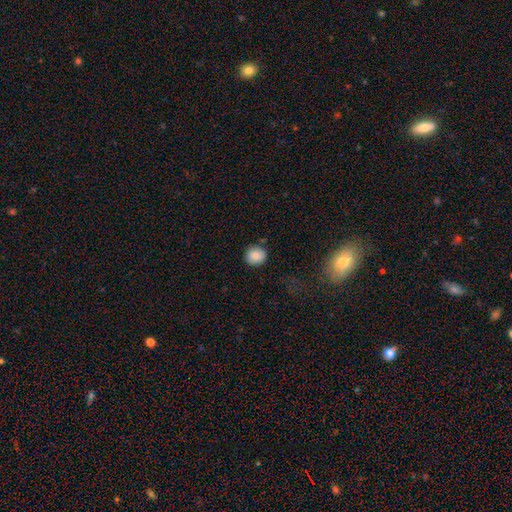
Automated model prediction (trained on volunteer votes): A smooth galaxy with no disk features (83%) that is round (87%).

Vote fractions:
- Smooth or featured? smooth: 83% / star or artifact: 9% / featured or disk: 7%
- How rounded? round: 87% / in between: 12% / cigar-shaped: 1%
- Merging? none: 86% / minor disturbance: 10% / major disturbance: 2% / merger: 2%